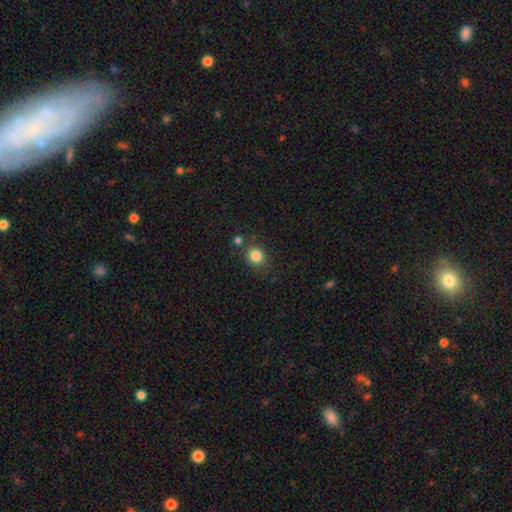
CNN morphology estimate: Smooth or featured? smooth (83%)
How rounded? round (82%)
Merging? none (76%)